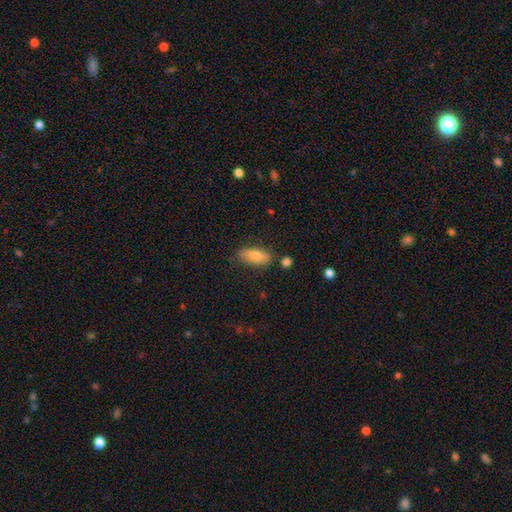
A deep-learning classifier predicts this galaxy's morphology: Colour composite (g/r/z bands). It shows a smooth galaxy with no disk features (81%) that is in between round and cigar-shaped (78%). Merging: none (75%).